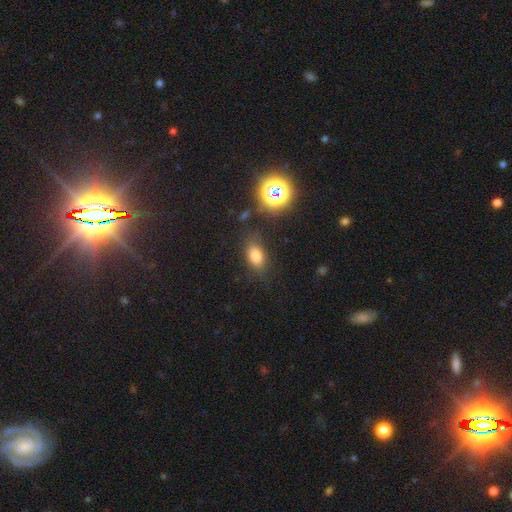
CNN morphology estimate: Smooth or featured? Predicted: smooth (p=0.74). How rounded? Predicted: in between (p=0.82). Merging? Predicted: none (p=0.78).